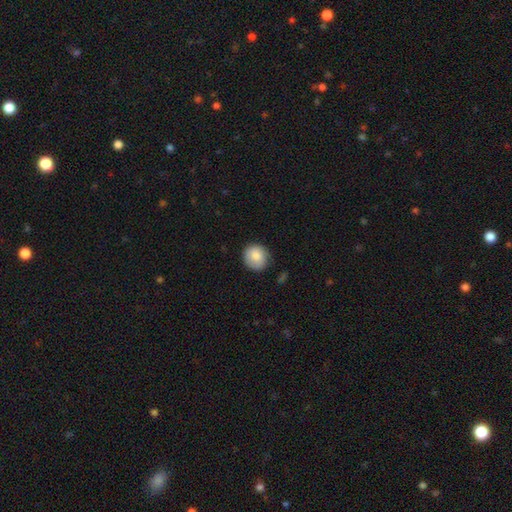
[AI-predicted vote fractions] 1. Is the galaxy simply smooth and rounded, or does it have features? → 84% smooth, 9% featured or disk, 7% star or artifact.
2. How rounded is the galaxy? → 88% round, 11% in between, 1% cigar-shaped.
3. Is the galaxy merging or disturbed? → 82% none, 14% minor disturbance, 3% major disturbance, 1% merger.